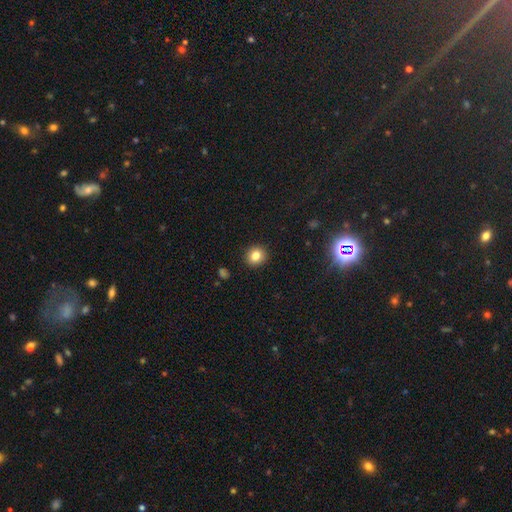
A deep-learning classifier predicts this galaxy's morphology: smooth-or-featured: smooth: 82% | star or artifact: 11% | featured or disk: 7%
  how-rounded: round: 86% | in between: 13% | cigar-shaped: 1%
  merging: none: 91% | minor disturbance: 6% | major disturbance: 2% | merger: 1%